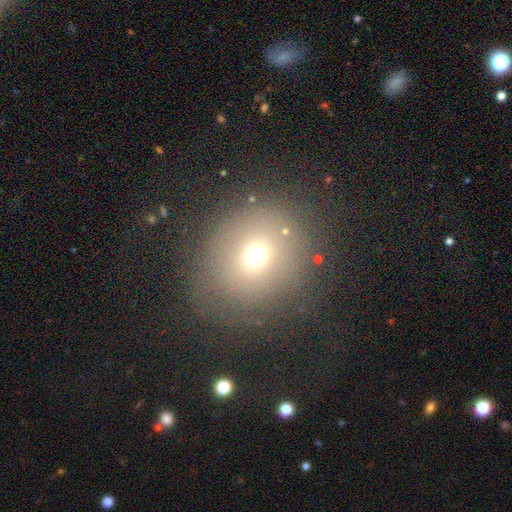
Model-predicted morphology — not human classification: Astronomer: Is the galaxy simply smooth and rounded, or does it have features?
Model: smooth — 66%.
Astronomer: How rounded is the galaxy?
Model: round — 84%.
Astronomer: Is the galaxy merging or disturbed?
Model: none — 76%.